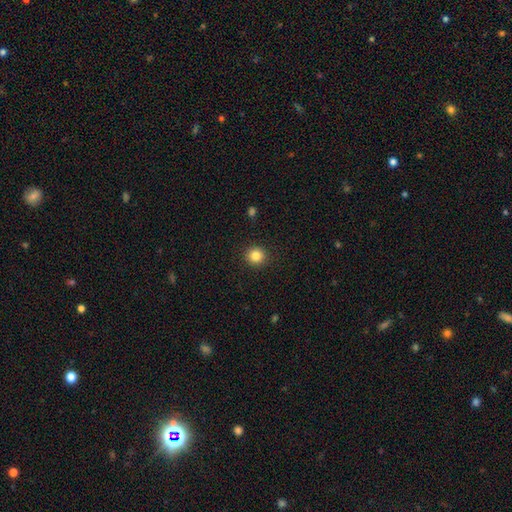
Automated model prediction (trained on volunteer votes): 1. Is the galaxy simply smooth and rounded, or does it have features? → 84% smooth, 11% star or artifact, 5% featured or disk.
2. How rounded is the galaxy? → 92% round, 7% in between, 1% cigar-shaped.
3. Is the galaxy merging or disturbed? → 92% none, 5% minor disturbance, 2% major disturbance, 1% merger.